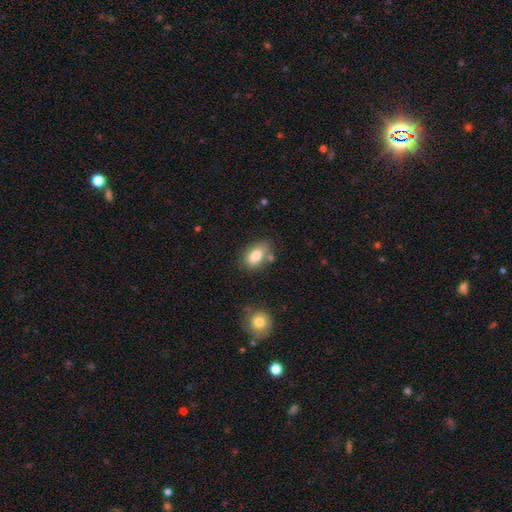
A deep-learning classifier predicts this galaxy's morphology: A smooth galaxy with no disk features (81%) that is in between round and cigar-shaped (88%).

Vote fractions:
- Smooth or featured? smooth: 81% / featured or disk: 11% / star or artifact: 8%
- How rounded? in between: 88% / round: 9% / cigar-shaped: 3%
- Merging? none: 70% / minor disturbance: 16% / merger: 9% / major disturbance: 4%